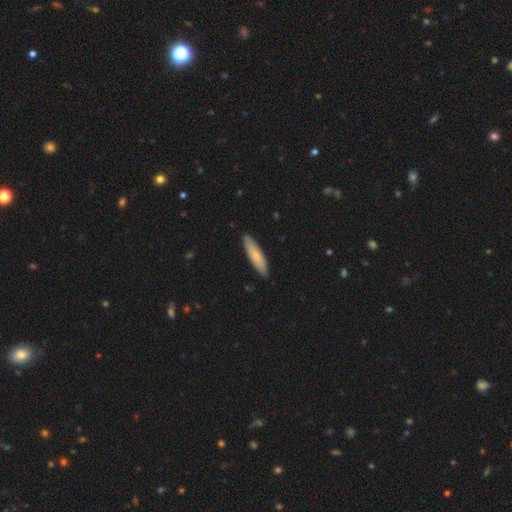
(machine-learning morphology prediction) Smooth or featured? smooth (75%)
How rounded? cigar-shaped (79%)
Merging? none (88%)